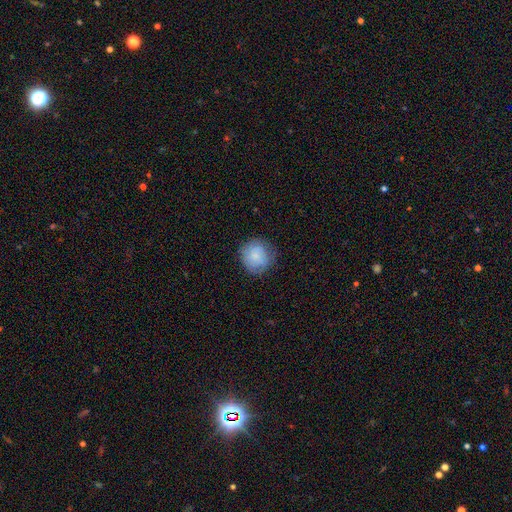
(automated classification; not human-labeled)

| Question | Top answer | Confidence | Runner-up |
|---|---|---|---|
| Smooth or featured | smooth | 78% | featured or disk (15%) |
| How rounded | round | 90% | in between (9%) |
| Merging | none | 77% | minor disturbance (17%) |